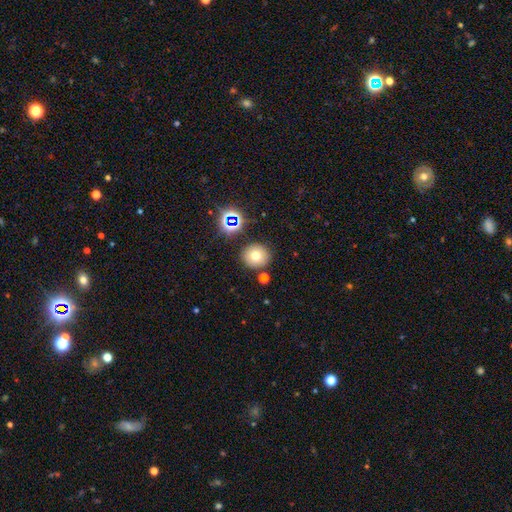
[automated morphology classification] type=smooth (68%); roundness=round (90%); merging=none (83%).